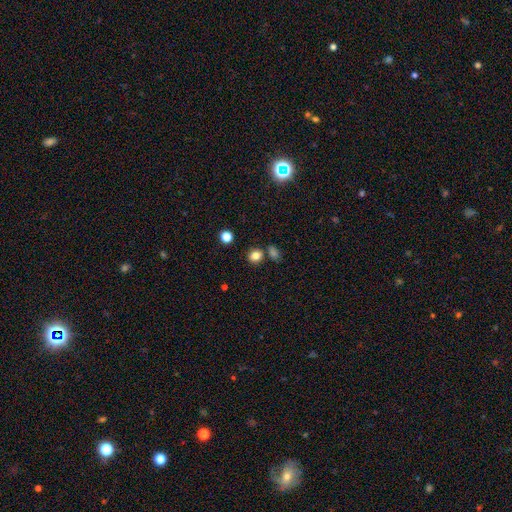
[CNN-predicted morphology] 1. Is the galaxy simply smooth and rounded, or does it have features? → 81% smooth, 13% star or artifact, 6% featured or disk.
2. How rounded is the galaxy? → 69% round, 30% in between, 1% cigar-shaped.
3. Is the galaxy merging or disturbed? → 74% none, 13% merger, 10% minor disturbance, 3% major disturbance.